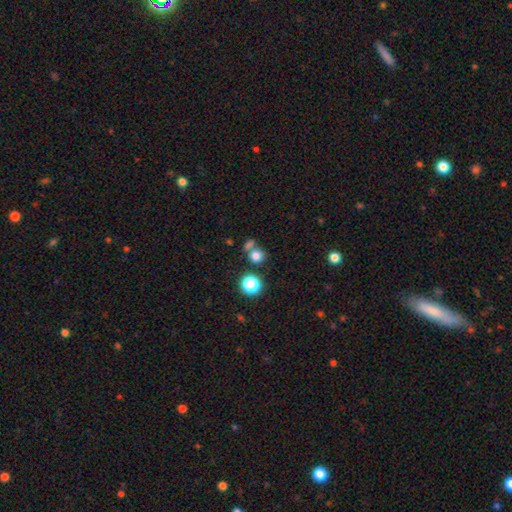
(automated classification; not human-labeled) Smooth or featured? Predicted: smooth (p=0.76). How rounded? Predicted: round (p=0.83). Merging? Predicted: none (p=0.57).